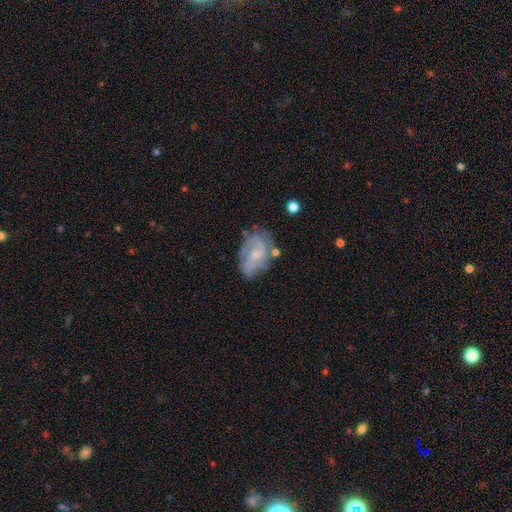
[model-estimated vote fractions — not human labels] Smooth or featured? Predicted: featured or disk (p=0.70). Edge-on disk? Predicted: no (p=0.97). Bar? Predicted: no (p=0.57). Spiral arms? Predicted: yes (p=0.82). Spiral winding? Predicted: medium (p=0.45). Spiral arm count? Predicted: 2 (p=0.54). Bulge size? Predicted: small (p=0.63). Merging? Predicted: none (p=0.54).